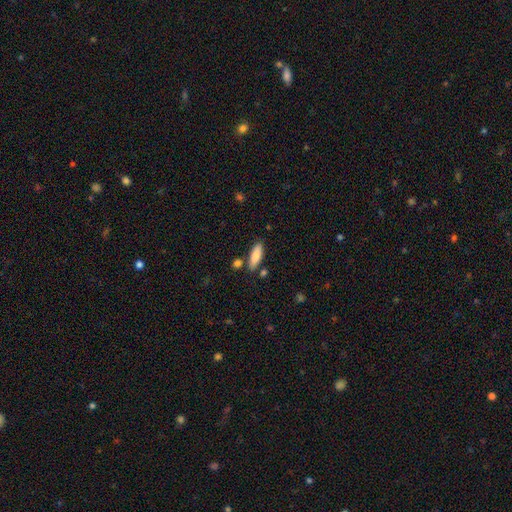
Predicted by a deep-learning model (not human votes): Morphology: type=smooth (85%); roundness=in between (58%); merging=none (79%).